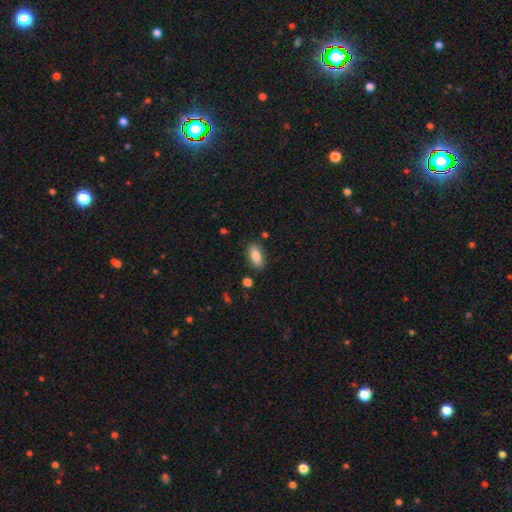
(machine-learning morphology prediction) This is clearly a smooth galaxy (83%). How rounded: clearly in between (87%). Merging: clearly none (84%).